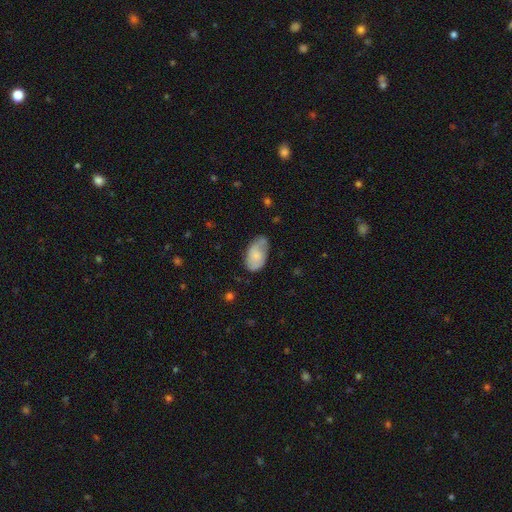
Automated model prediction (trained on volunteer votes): smooth-or-featured: smooth: 68% | featured or disk: 25% | star or artifact: 7%
  how-rounded: in between: 94% | round: 4% | cigar-shaped: 2%
  merging: none: 53% | minor disturbance: 34% | major disturbance: 10% | merger: 3%